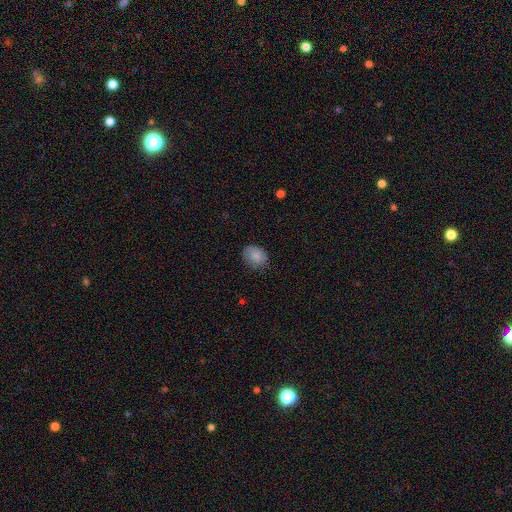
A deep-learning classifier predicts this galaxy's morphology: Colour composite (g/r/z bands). It shows a smooth galaxy with no disk features (85%) that is in between round and cigar-shaped (57%). Merging: none (75%).